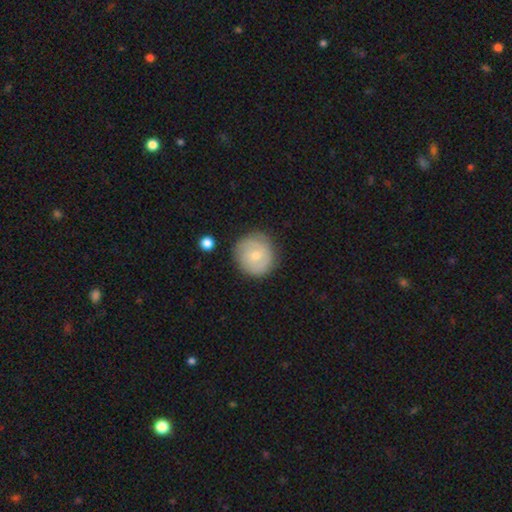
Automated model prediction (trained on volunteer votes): Smooth or featured? Predicted: smooth (p=0.50). How rounded? Predicted: round (p=0.90). Merging? Predicted: none (p=0.79).